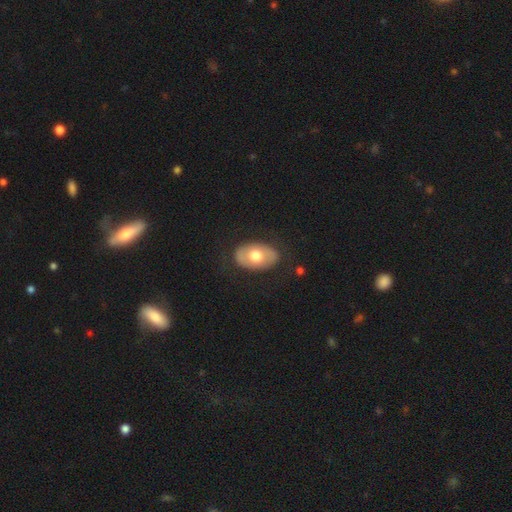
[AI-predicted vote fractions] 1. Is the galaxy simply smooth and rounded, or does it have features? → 63% smooth, 31% featured or disk, 6% star or artifact.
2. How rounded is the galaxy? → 90% in between, 9% round, 1% cigar-shaped.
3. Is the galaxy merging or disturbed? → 82% none, 12% minor disturbance, 4% major disturbance, 1% merger.